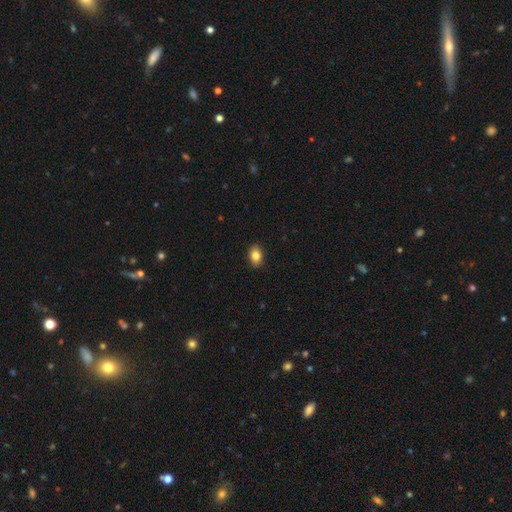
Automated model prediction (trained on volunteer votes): smooth 84%, star or artifact 8%, featured or disk 8%. Down the decision tree: how rounded — in between (78%); merging — none (90%).